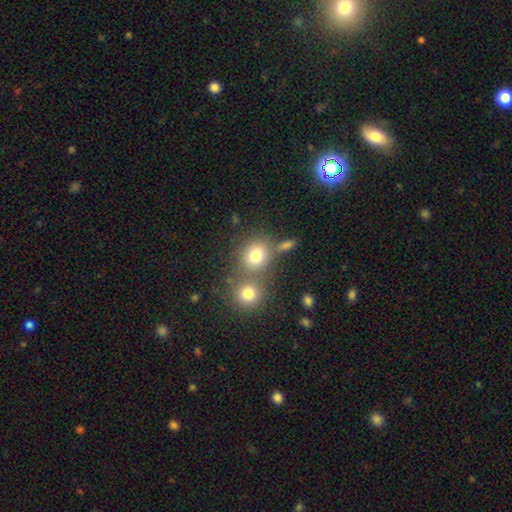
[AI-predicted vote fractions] Smooth or featured? smooth (77%)
How rounded? round (77%)
Merging? none (52%)